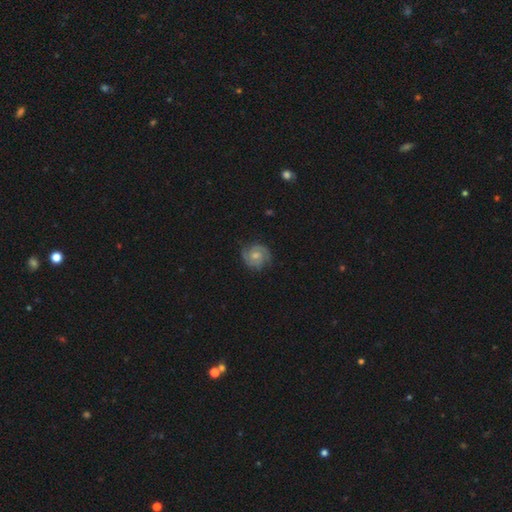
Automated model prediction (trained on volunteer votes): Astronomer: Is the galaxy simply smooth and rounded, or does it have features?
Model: featured or disk — 81%.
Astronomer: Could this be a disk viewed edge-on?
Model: no — 98%.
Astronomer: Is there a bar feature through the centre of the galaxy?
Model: no — 62%.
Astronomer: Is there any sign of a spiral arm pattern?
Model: yes — 97%.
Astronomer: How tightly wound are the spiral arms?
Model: tight — 61%.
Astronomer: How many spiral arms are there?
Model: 2 — 79%.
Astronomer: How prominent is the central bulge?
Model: moderate — 57% (runner-up: small, 35%).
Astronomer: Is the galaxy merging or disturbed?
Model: none — 80%.